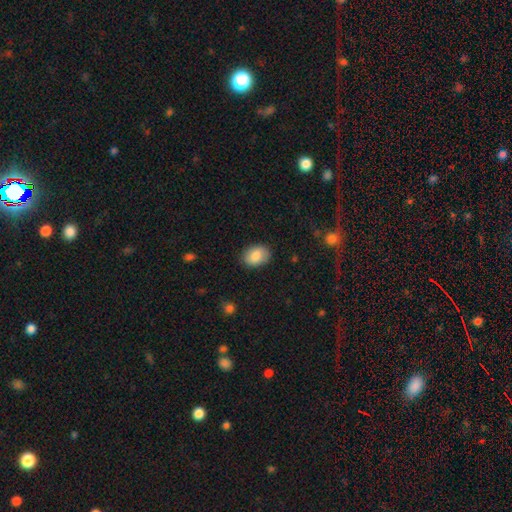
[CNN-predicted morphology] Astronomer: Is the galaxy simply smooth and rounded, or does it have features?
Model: smooth — 86%.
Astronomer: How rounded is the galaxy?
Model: in between — 74%.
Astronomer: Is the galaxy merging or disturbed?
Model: none — 85%.